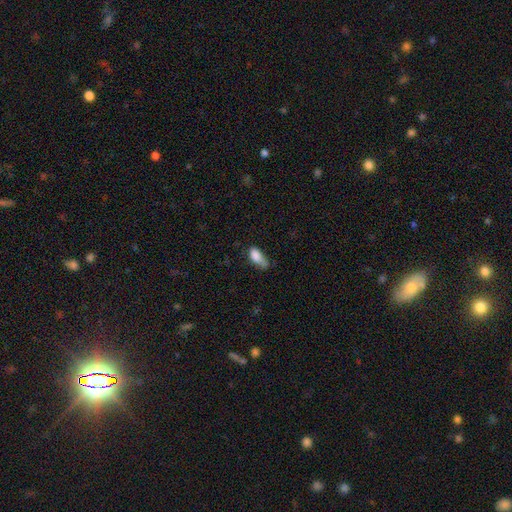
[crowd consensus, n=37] Q: Smooth or featured?
A: smooth (76%); runner-up: featured or disk (16%)
Q: How rounded?
A: in between (82%); runner-up: cigar-shaped (11%)
Q: Merging?
A: major disturbance (44%); runner-up: none (26%)